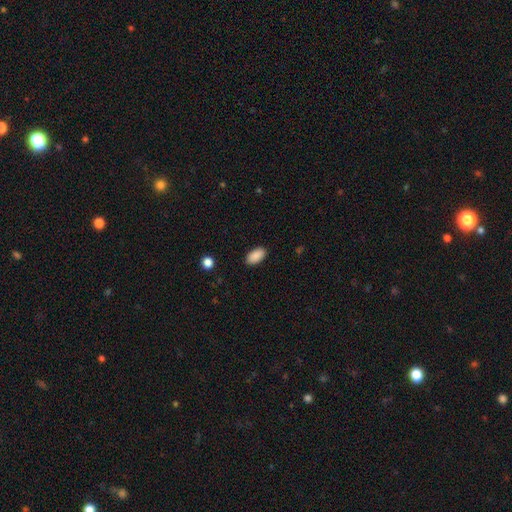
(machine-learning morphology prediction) This is clearly a smooth galaxy (90%). How rounded: clearly in between (95%). Merging: clearly none (89%).